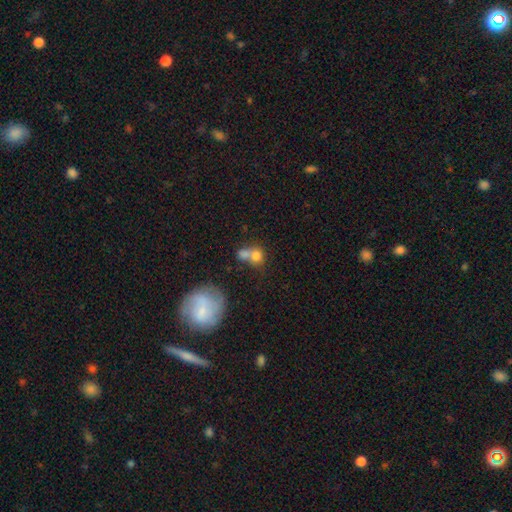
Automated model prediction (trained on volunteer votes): This appears to be a smooth galaxy with no disk features (74%) that is round (68%). Merging: merger (59%).